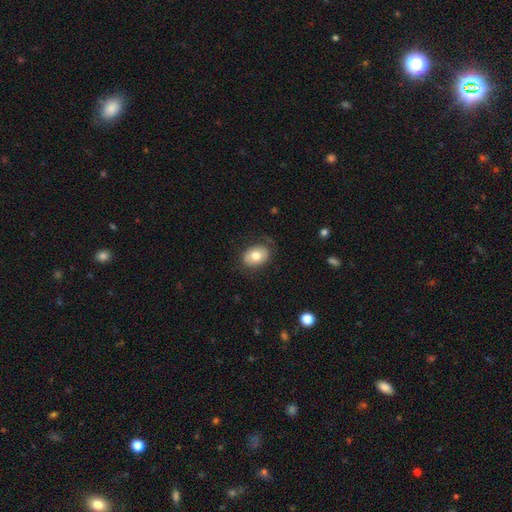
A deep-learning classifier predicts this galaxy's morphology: smooth 74%, featured or disk 18%, star or artifact 7%. Down the decision tree: how rounded — in between (75%); merging — none (77%).